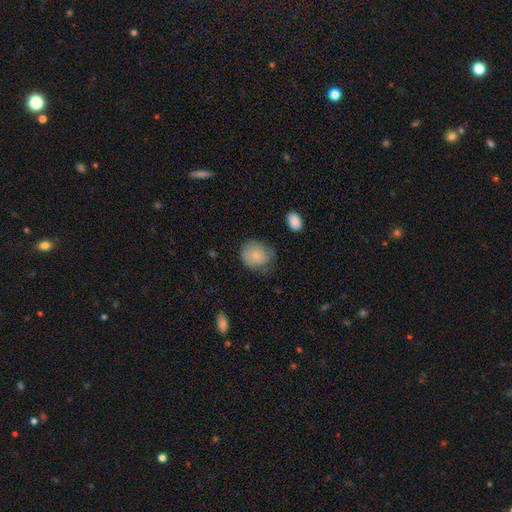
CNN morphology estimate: smooth-or-featured: smooth: 80% | featured or disk: 13% | star or artifact: 7%
  how-rounded: round: 67% | in between: 32% | cigar-shaped: 1%
  merging: none: 52% | minor disturbance: 33% | major disturbance: 13% | merger: 2%